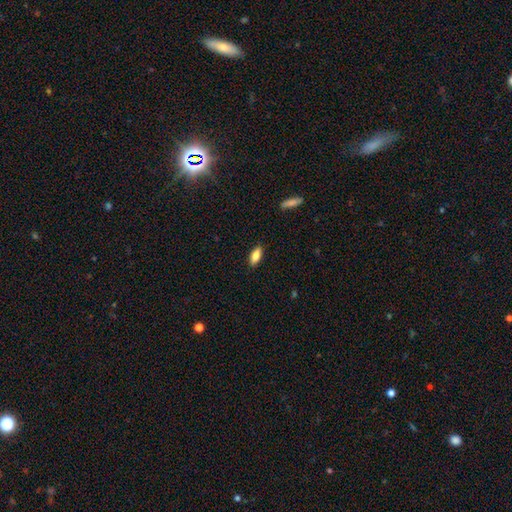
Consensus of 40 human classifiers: smooth 72%, featured or disk 18%, star or artifact 10%. Down the decision tree: how rounded — in between (62%); merging — none (94%).